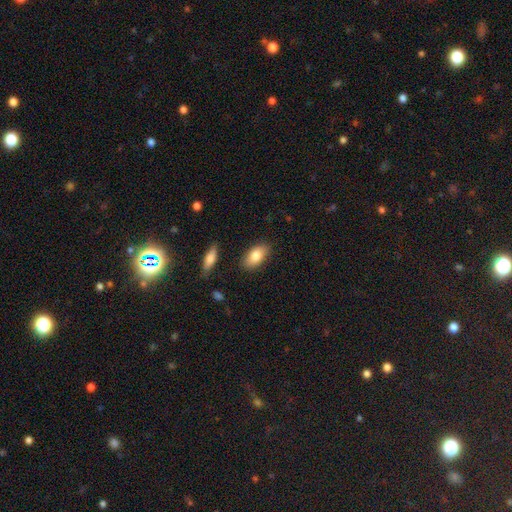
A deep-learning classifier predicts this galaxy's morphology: This appears to be a smooth galaxy with no disk features (82%) that is in between round and cigar-shaped (92%). Merging: none (85%).